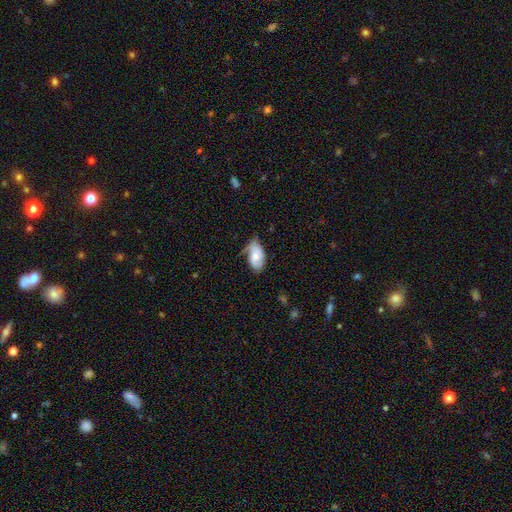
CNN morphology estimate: Smooth or featured? smooth (50%)
How rounded? in between (93%)
Merging? none (40%)